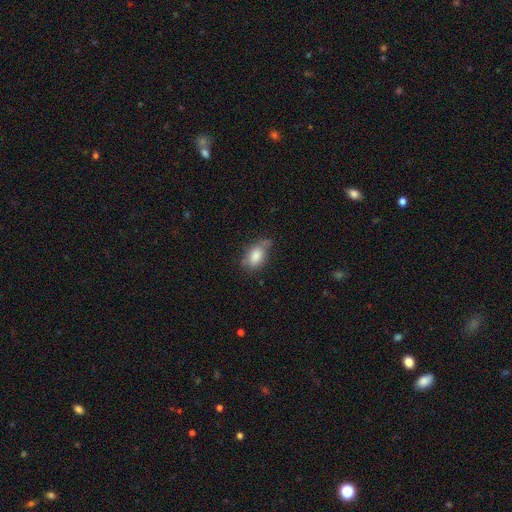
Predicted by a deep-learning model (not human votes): smooth_or_featured: smooth (p=0.81) [alt: featured or disk p=0.11]
how_rounded: in between (p=0.86) [alt: round p=0.11]
merging: none (p=0.51) [alt: minor disturbance p=0.34]